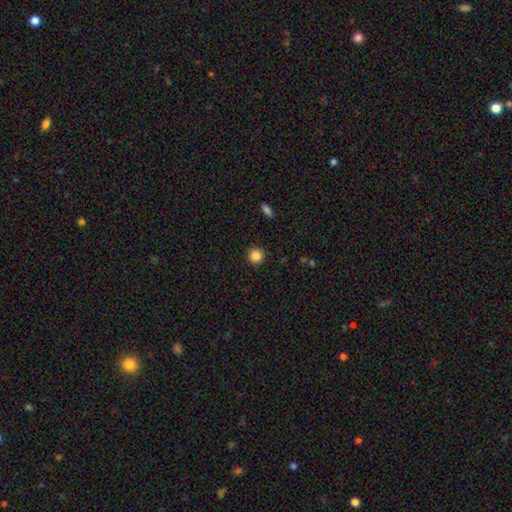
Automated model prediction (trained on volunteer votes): This is clearly a smooth galaxy (85%). How rounded: clearly round (94%). Merging: clearly none (92%).